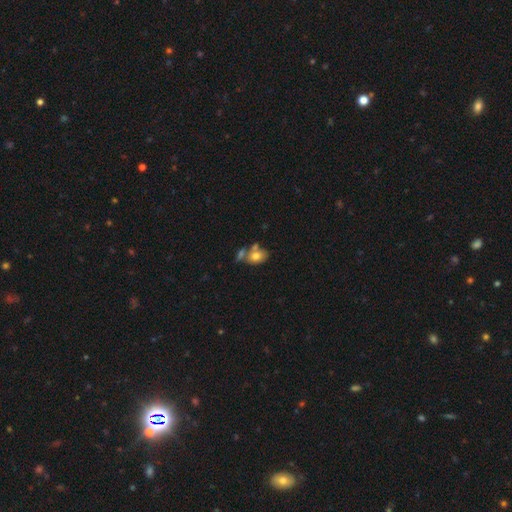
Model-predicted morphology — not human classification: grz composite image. It shows a smooth galaxy with no disk features (72%) that is in between round and cigar-shaped (76%). Merging: none (41%).